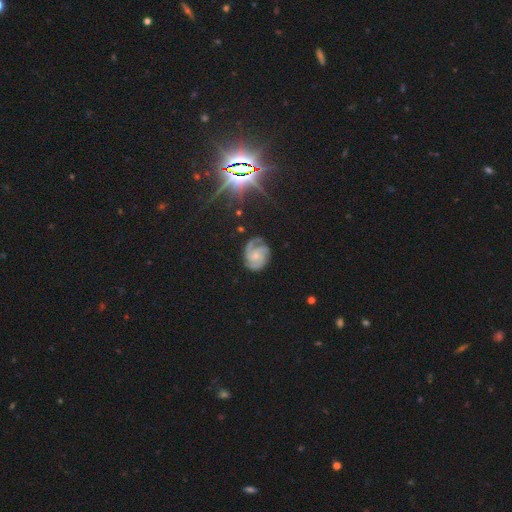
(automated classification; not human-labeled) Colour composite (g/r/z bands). It shows a featured or disk galaxy (82%) with no bar (73%), 3 (55%) tight (51%) spiral arms (97%) and a small central bulge (61%). Merging: none (71%).